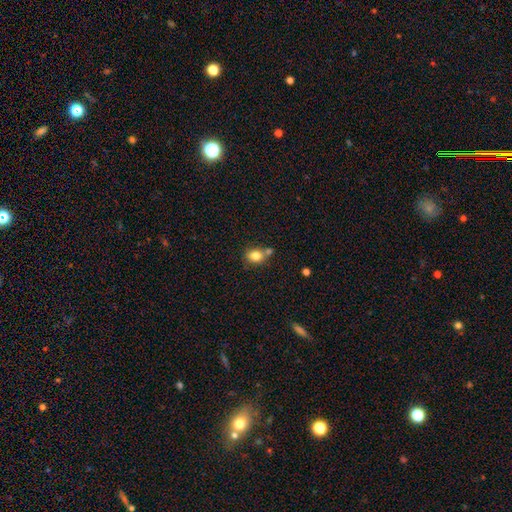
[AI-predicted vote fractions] This is clearly a smooth galaxy (81%). How rounded: possibly round (53%). Merging: possibly none (55%).